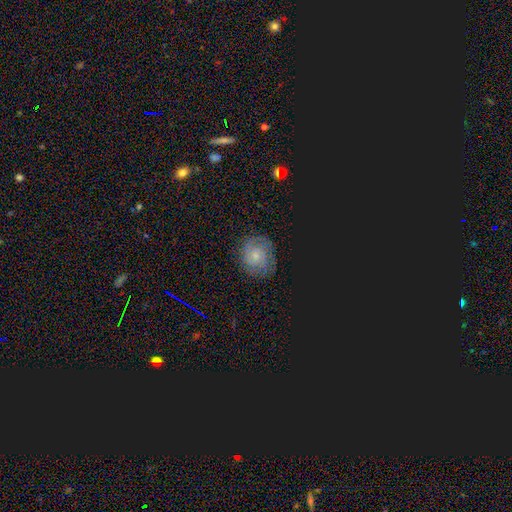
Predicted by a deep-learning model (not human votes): featured or disk 51%, smooth 32%, star or artifact 17%. Down the decision tree: edge-on disk — no (97%); bar — no (78%); spiral arms — yes (86%); bulge size — small (59%); merging — none (80%).